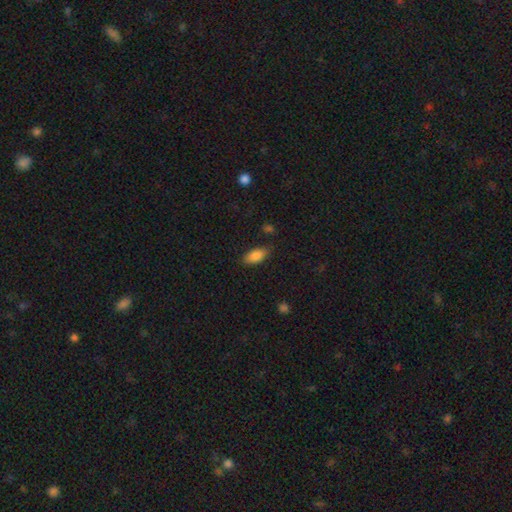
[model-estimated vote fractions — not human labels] The model was most divided on "merging": none: 81%, minor disturbance: 14%, major disturbance: 3%, merger: 2%. More confident: how rounded — in between (87%); smooth or featured — smooth (85%).